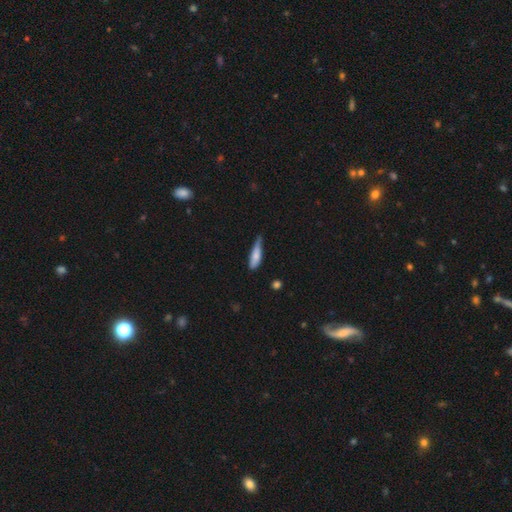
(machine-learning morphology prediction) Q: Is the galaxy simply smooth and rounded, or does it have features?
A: smooth — 77%.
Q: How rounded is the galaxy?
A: cigar-shaped — 66%.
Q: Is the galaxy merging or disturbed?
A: minor disturbance — 45%.